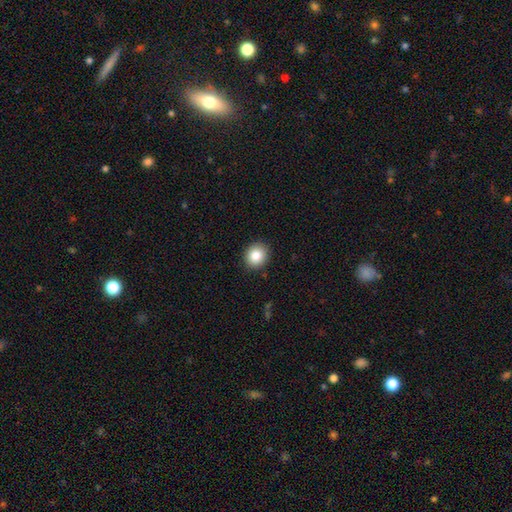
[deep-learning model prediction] Smooth or featured: smooth — 85% (star or artifact — 9%)
How rounded: round — 75% (in between — 24%)
Merging: none — 90% (minor disturbance — 7%)